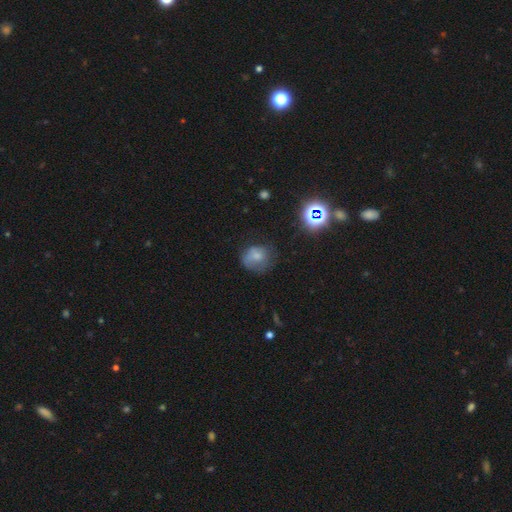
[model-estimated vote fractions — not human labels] A smooth galaxy with no disk features (66%) that is round (68%).

Vote fractions:
- Smooth or featured? smooth: 66% / featured or disk: 19% / star or artifact: 15%
- How rounded? round: 68% / in between: 31% / cigar-shaped: 1%
- Merging? none: 47% / minor disturbance: 30% / major disturbance: 21% / merger: 3%